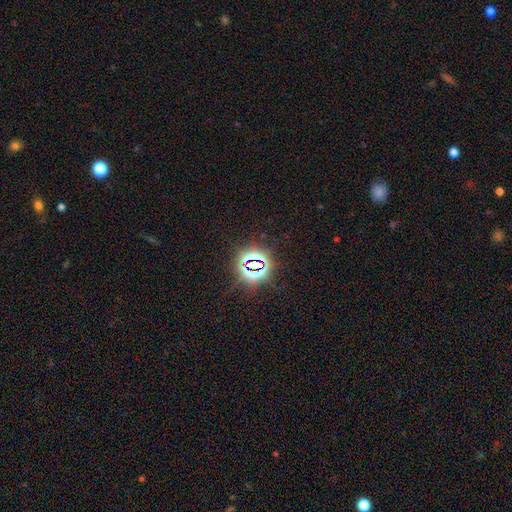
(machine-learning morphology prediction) Overall: star or artifact (79%).